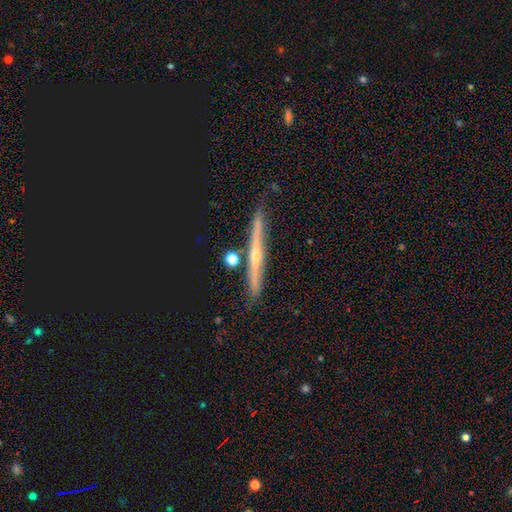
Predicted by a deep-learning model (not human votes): Smooth or featured? featured or disk (73%)
Edge-on disk? yes (96%)
Edge-on bulge? rounded (76%)
Merging? none (83%)